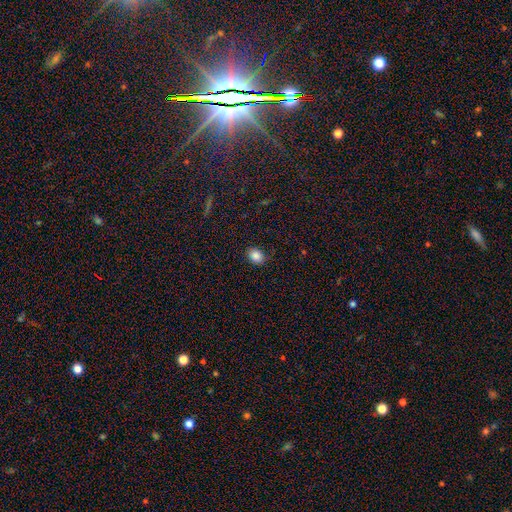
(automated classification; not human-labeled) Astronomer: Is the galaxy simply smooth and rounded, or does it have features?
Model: smooth — 85%.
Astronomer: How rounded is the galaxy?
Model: in between — 55% (runner-up: round, 44%).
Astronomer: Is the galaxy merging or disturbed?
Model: none — 83%.